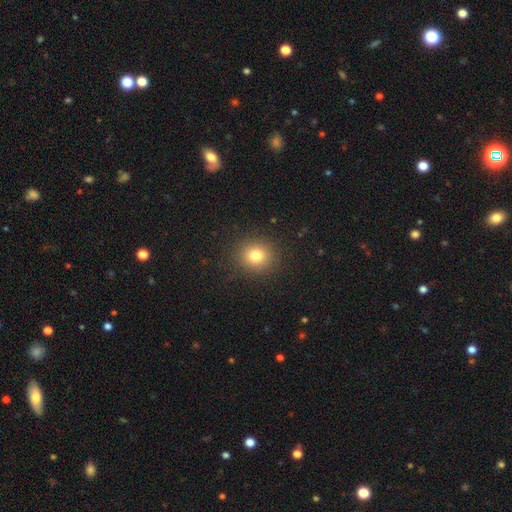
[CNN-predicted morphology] The model was most divided on "smooth or featured": smooth: 79%, star or artifact: 13%, featured or disk: 8%. More confident: merging — none (89%); how rounded — round (86%).